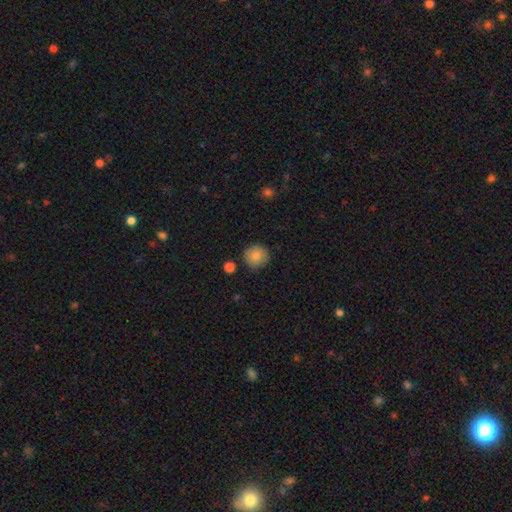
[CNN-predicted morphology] Q: Smooth or featured?
A: smooth (85%); runner-up: star or artifact (9%)
Q: How rounded?
A: round (93%); runner-up: in between (7%)
Q: Merging?
A: none (86%); runner-up: minor disturbance (9%)